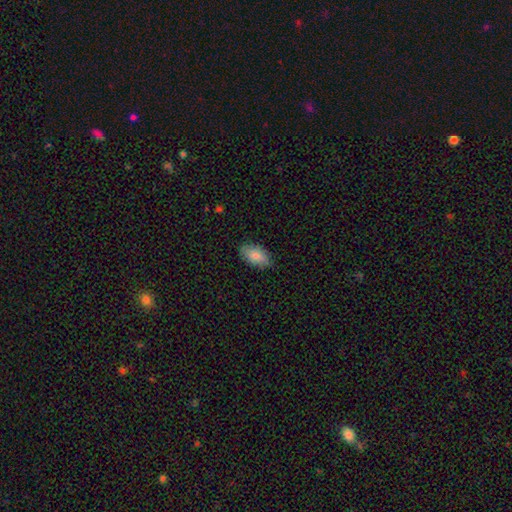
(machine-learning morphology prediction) This appears to be a smooth galaxy with no disk features (86%) that is in between round and cigar-shaped (93%). Merging: none (78%).